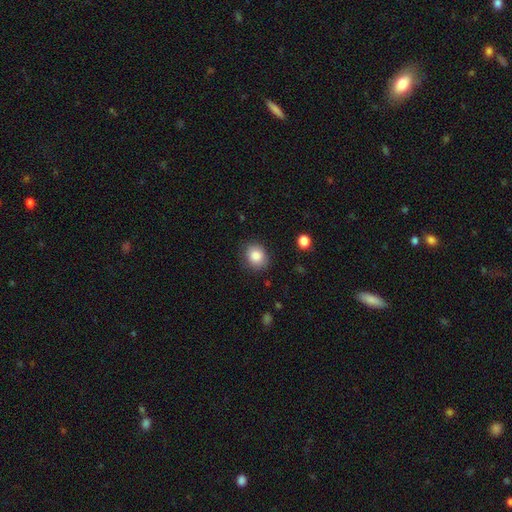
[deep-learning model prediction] Smooth or featured? Predicted: smooth (p=0.86). How rounded? Predicted: round (p=0.68). Merging? Predicted: none (p=0.83).